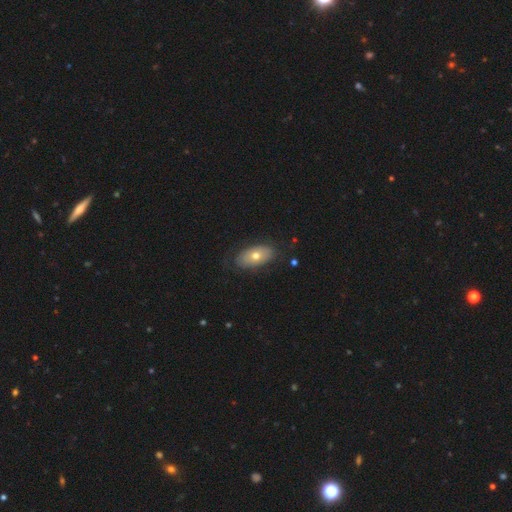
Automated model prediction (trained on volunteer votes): Smooth or featured? smooth (59%)
How rounded? in between (90%)
Merging? none (74%)